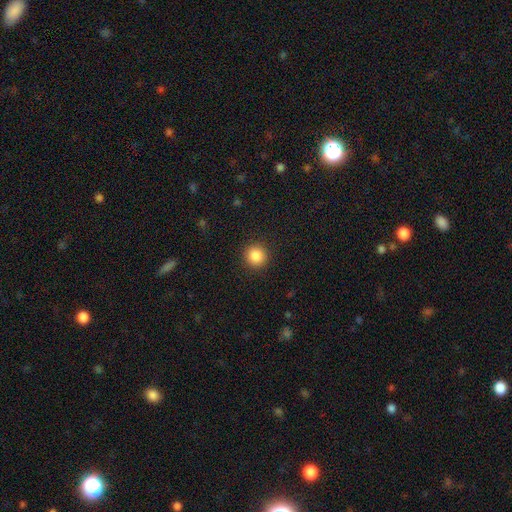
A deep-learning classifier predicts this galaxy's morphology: Overall: smooth (86%). How rounded: round (94%). Merging: none (92%).